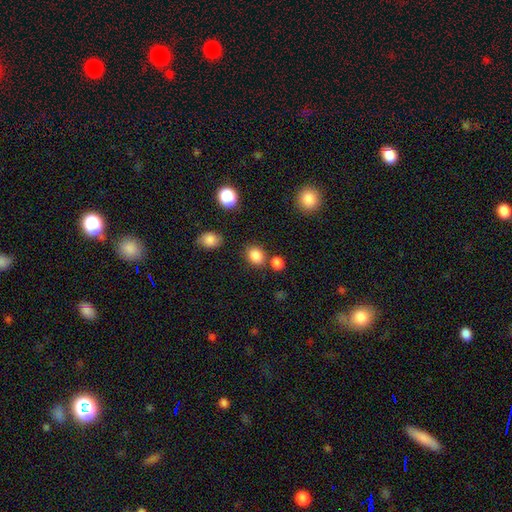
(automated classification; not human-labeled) Smooth or featured? smooth (85%)
How rounded? round (55%)
Merging? none (74%)